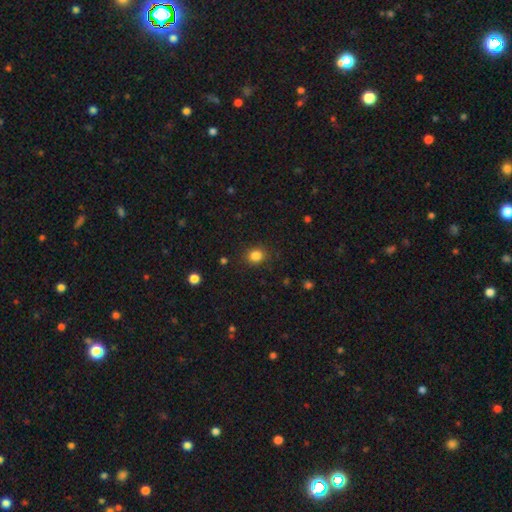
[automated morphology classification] type=smooth (84%); roundness=round (73%); merging=none (87%).